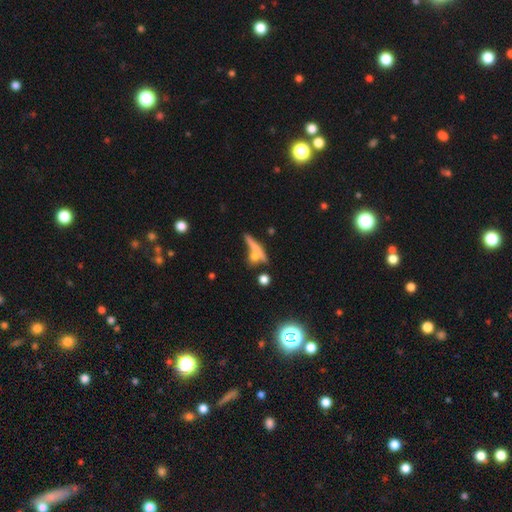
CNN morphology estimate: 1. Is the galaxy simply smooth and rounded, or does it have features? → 56% smooth, 33% featured or disk, 11% star or artifact.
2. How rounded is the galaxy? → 67% cigar-shaped, 17% in between, 17% round.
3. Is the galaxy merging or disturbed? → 56% none, 27% merger, 12% minor disturbance, 6% major disturbance.